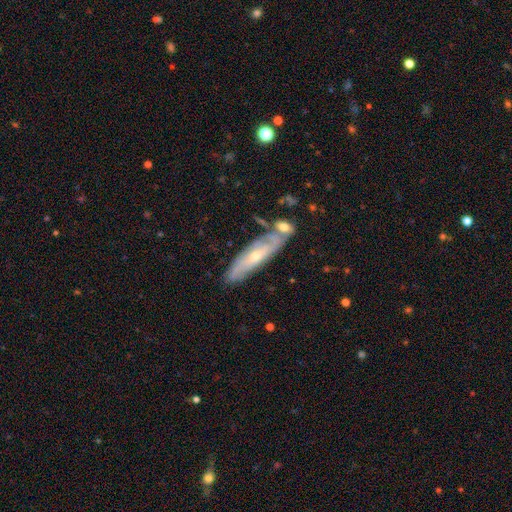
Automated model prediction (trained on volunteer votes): Overall: featured or disk (68%). Edge-on disk: no (63%; yes 37%). Merging: none (64%).